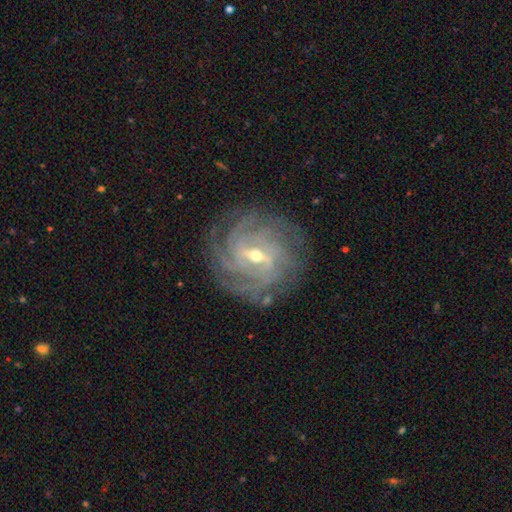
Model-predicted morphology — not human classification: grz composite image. It shows a featured or disk galaxy (91%) with a weak bar (47%), 4 (34%) tight (73%) spiral arms (98%) and a moderate central bulge (48%, tied with small). Merging: none (80%).